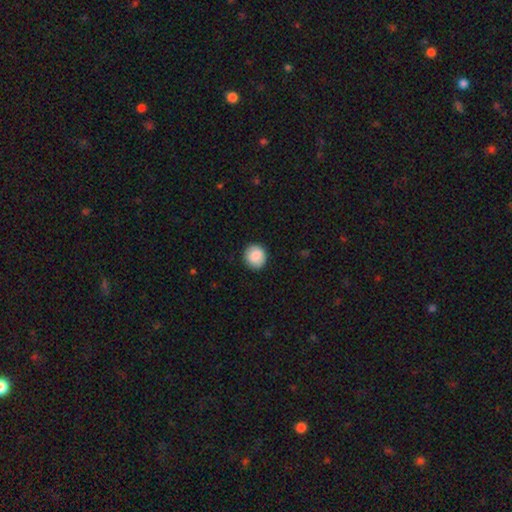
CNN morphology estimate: A smooth galaxy with no disk features (85%) that is round (85%).

Vote fractions:
- Smooth or featured? smooth: 85% / featured or disk: 8% / star or artifact: 7%
- How rounded? round: 85% / in between: 14% / cigar-shaped: 1%
- Merging? none: 88% / minor disturbance: 9% / major disturbance: 2% / merger: 1%